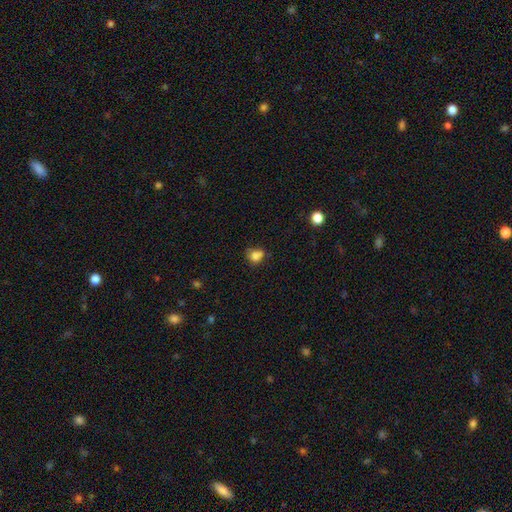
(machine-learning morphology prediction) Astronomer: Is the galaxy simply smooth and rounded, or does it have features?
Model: smooth — 77%.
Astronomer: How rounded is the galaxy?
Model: round — 70%.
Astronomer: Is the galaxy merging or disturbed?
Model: none — 47% (runner-up: minor disturbance, 23%).